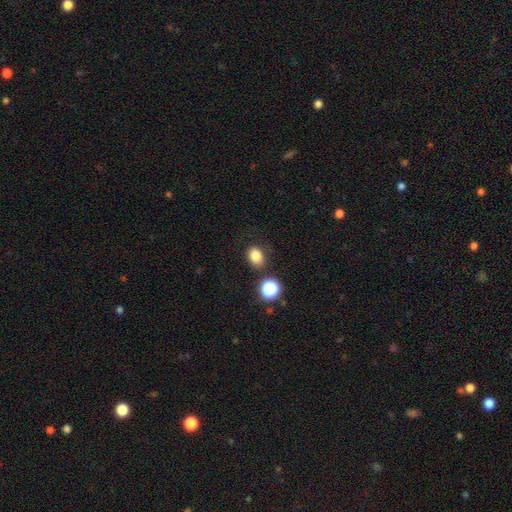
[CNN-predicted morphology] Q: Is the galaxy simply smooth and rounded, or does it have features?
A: smooth — 82%.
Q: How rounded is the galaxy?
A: in between — 57%.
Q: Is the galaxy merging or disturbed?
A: none — 75%.